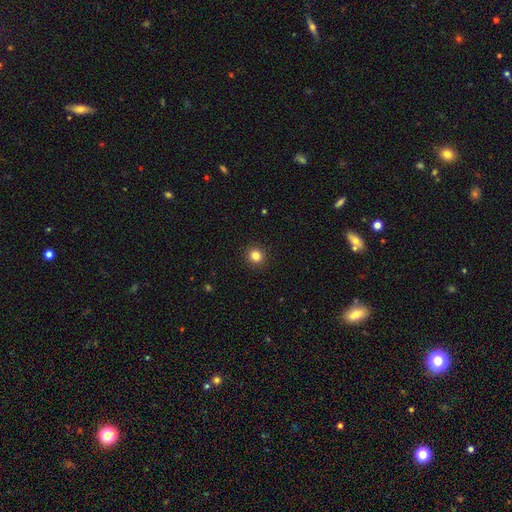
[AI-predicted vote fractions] The model was most divided on "smooth or featured": smooth: 83%, star or artifact: 12%, featured or disk: 5%. More confident: merging — none (93%); how rounded — round (90%).